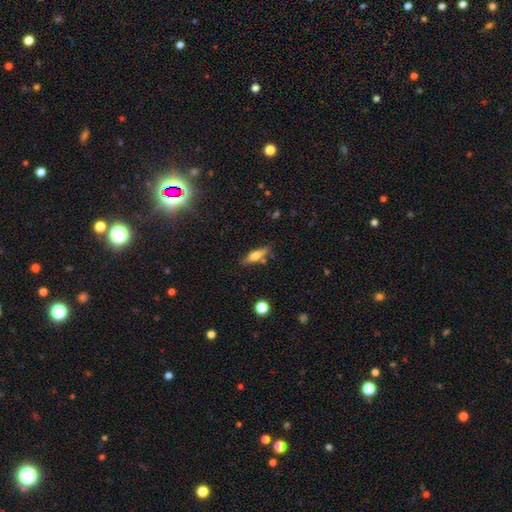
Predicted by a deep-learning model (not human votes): The model was most divided on "smooth or featured": smooth: 48%, featured or disk: 43%, star or artifact: 8%. More confident: merging — none (73%).